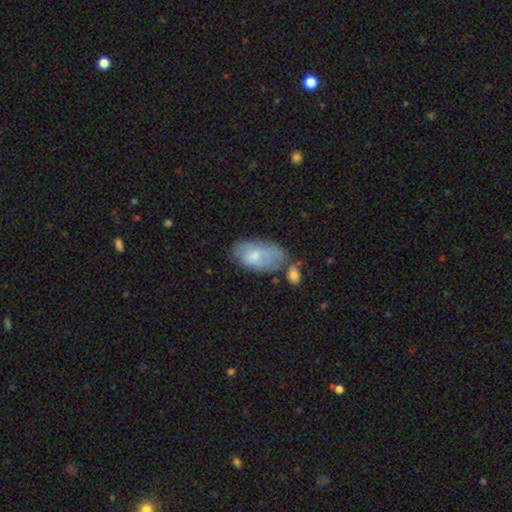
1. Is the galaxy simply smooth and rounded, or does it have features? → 71% smooth, 29% featured or disk, 0% star or artifact.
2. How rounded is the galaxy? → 93% in between, 7% round, 0% cigar-shaped.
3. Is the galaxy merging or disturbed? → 29% none, 26% merger, 24% minor disturbance, 21% major disturbance.